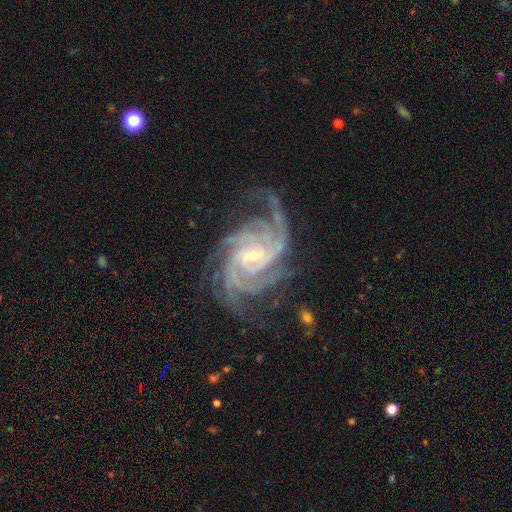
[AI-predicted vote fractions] Smooth or featured? featured or disk (93%)
Edge-on disk? no (98%)
Bar? weak (45%)
Spiral arms? yes (99%)
Spiral winding? tight (63%)
Spiral arm count? 4 (41%)
Bulge size? small (68%)
Merging? none (71%)